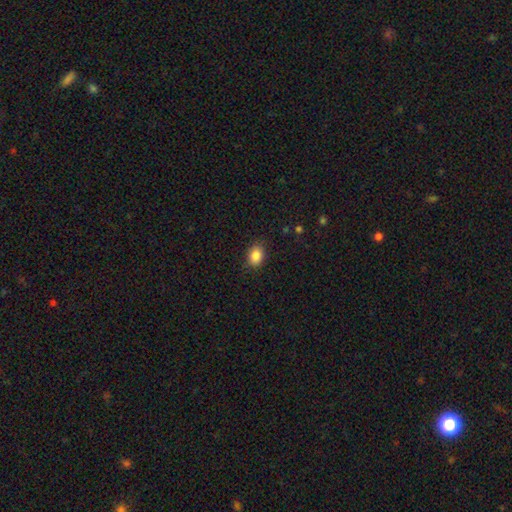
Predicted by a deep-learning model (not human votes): A smooth galaxy with no disk features (86%) that is in between round and cigar-shaped (67%).

Vote fractions:
- Smooth or featured? smooth: 86% / star or artifact: 9% / featured or disk: 5%
- How rounded? in between: 67% / round: 32% / cigar-shaped: 1%
- Merging? none: 84% / minor disturbance: 12% / major disturbance: 3% / merger: 1%